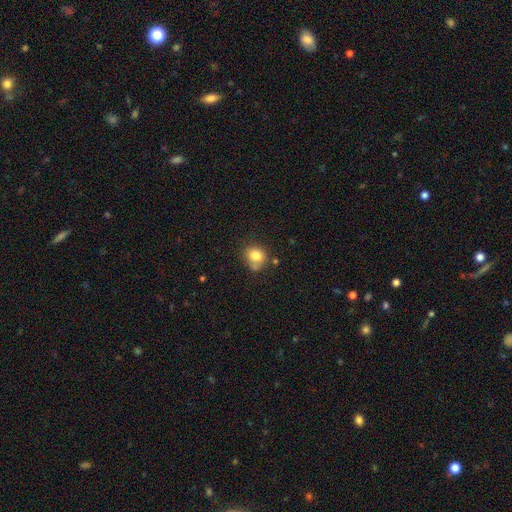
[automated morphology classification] The model was most divided on "merging": none: 62%, minor disturbance: 21%, merger: 12%, major disturbance: 6%. More confident: smooth or featured — smooth (80%); how rounded — round (75%).